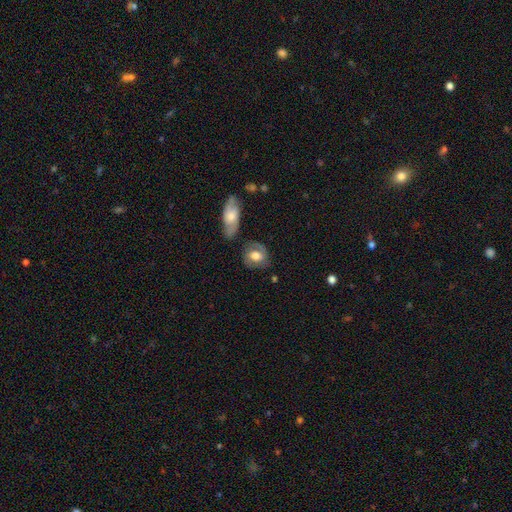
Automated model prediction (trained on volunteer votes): smooth-or-featured: smooth: 52% | featured or disk: 41% | star or artifact: 7%
  how-rounded: in between: 49% | round: 48% | cigar-shaped: 2%
  merging: none: 69% | minor disturbance: 19% | major disturbance: 7% | merger: 6%